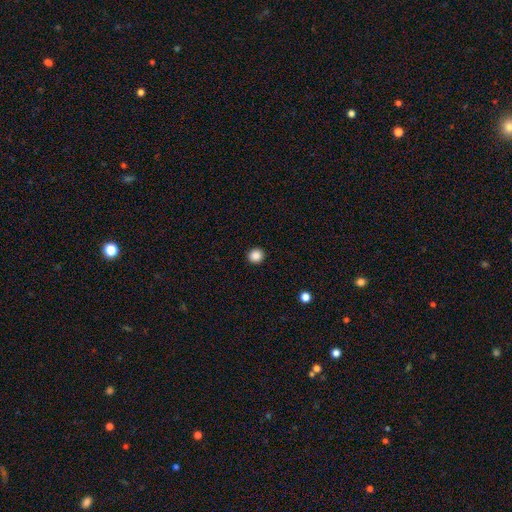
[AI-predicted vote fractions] This appears to be a smooth galaxy with no disk features (87%) that is round (92%). Merging: none (93%).